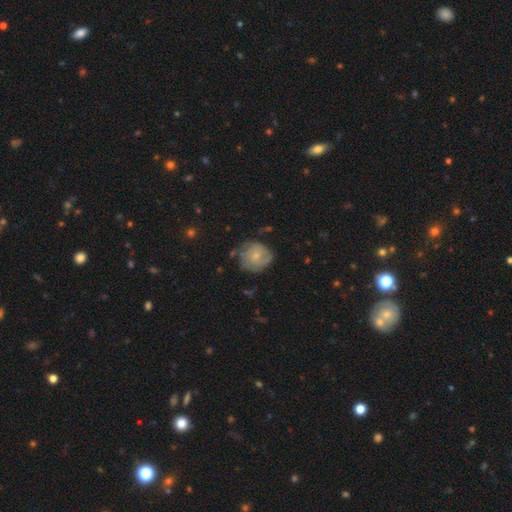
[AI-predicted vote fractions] Smooth or featured? Predicted: smooth (p=0.47). Merging? Predicted: none (p=0.62).